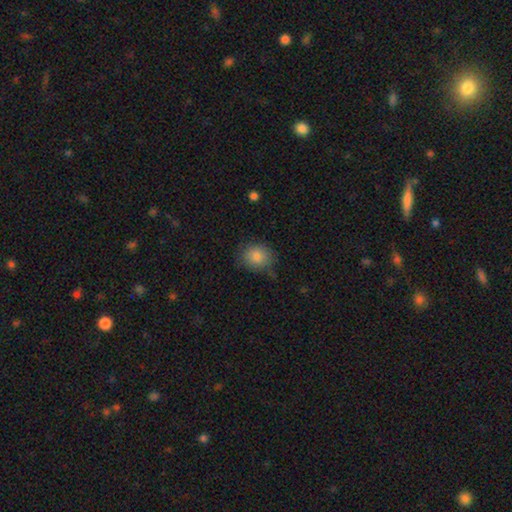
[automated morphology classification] Q: Smooth or featured?
A: smooth (83%); runner-up: star or artifact (9%)
Q: How rounded?
A: round (69%); runner-up: in between (30%)
Q: Merging?
A: none (74%); runner-up: minor disturbance (19%)